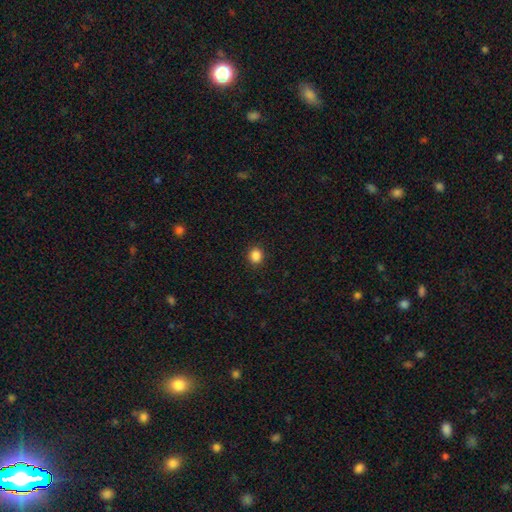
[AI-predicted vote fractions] Smooth or featured: smooth — 86% (star or artifact — 11%)
How rounded: round — 87% (in between — 12%)
Merging: none — 91% (minor disturbance — 6%)